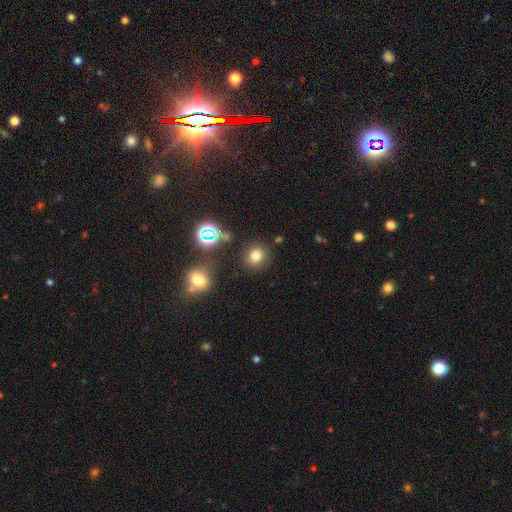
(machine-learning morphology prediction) smooth-or-featured: smooth: 74% | star or artifact: 18% | featured or disk: 7%
  how-rounded: round: 79% | in between: 20% | cigar-shaped: 1%
  merging: none: 83% | minor disturbance: 9% | merger: 4% | major disturbance: 3%